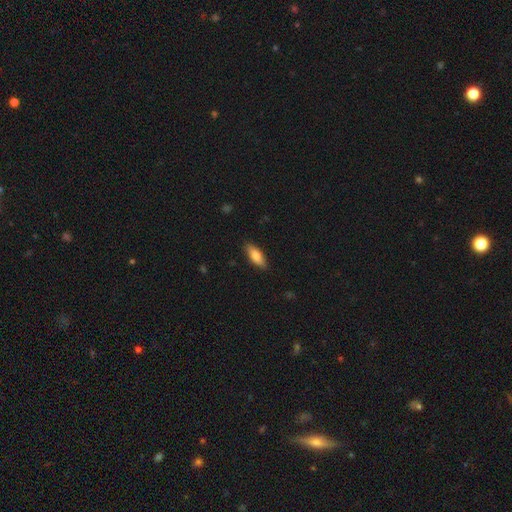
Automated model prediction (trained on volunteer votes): Q: Smooth or featured?
A: smooth (80%); runner-up: featured or disk (14%)
Q: How rounded?
A: in between (68%); runner-up: cigar-shaped (30%)
Q: Merging?
A: none (86%); runner-up: minor disturbance (11%)